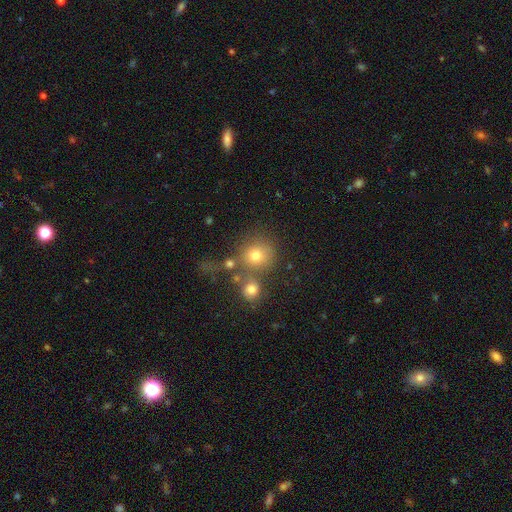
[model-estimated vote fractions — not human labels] The model was most divided on "merging": none: 58%, merger: 24%, minor disturbance: 11%, major disturbance: 8%. More confident: how rounded — round (88%); smooth or featured — smooth (73%).